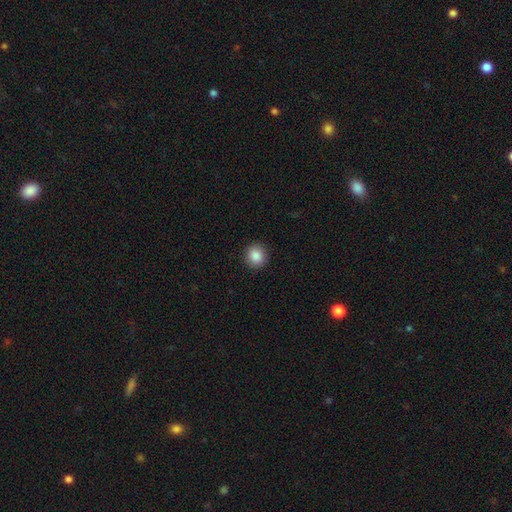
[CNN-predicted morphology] This is clearly a smooth galaxy (87%). How rounded: clearly round (87%). Merging: clearly none (91%).